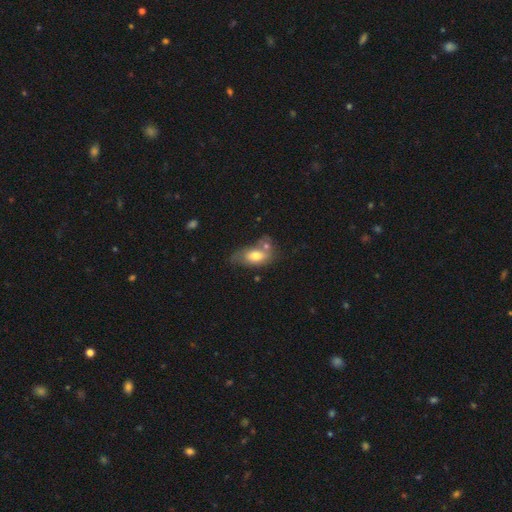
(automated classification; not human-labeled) Smooth or featured? Predicted: smooth (p=0.71). How rounded? Predicted: in between (p=0.87). Merging? Predicted: none (p=0.36).